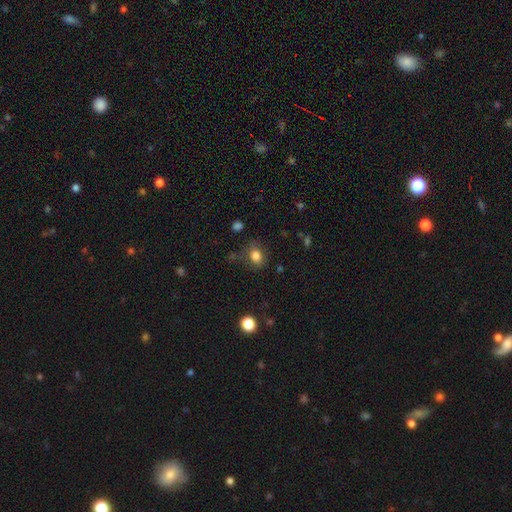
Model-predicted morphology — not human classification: The model was most divided on "how rounded": in between: 55%, round: 44%, cigar-shaped: 1%. More confident: smooth or featured — smooth (81%); merging — none (70%).